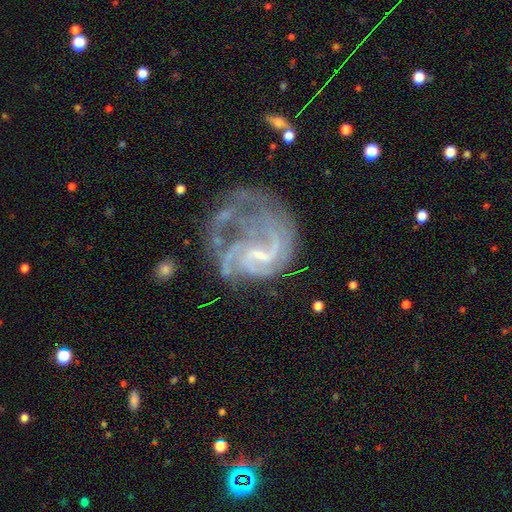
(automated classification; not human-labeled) Smooth or featured? Predicted: featured or disk (p=0.82). Edge-on disk? Predicted: no (p=0.98). Bar? Predicted: weak (p=0.48). Spiral arms? Predicted: yes (p=0.90). Spiral winding? Predicted: medium (p=0.44). Spiral arm count? Predicted: 2 (p=0.32). Bulge size? Predicted: small (p=0.48). Merging? Predicted: major disturbance (p=0.39).